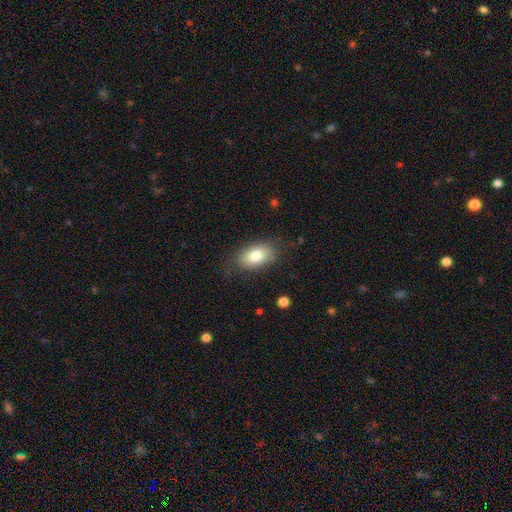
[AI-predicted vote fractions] This appears to be a smooth galaxy with no disk features (78%) that is in between round and cigar-shaped (88%). Merging: none (78%).